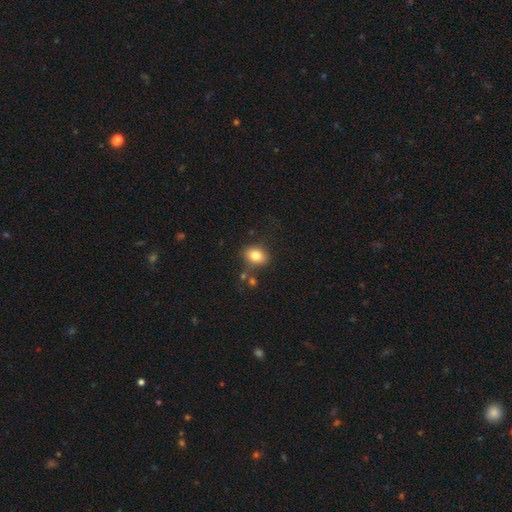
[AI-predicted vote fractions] smooth 81%, star or artifact 9%, featured or disk 9%. Down the decision tree: how rounded — in between (62%); merging — none (76%).